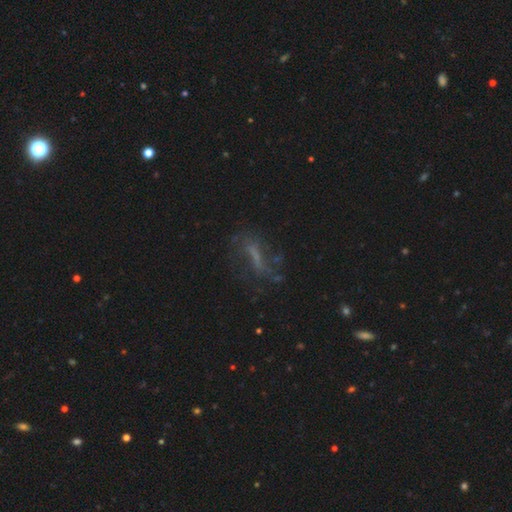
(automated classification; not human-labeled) This is possibly a featured or disk galaxy (48%). Merging: possibly none (53%).